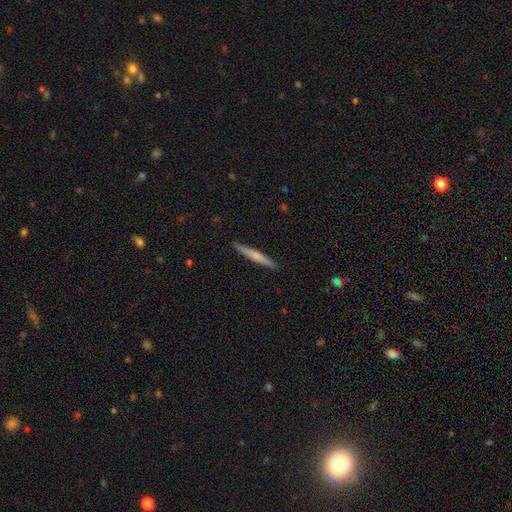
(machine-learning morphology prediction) Overall: smooth (50%; featured or disk 45%). Merging: none (92%).